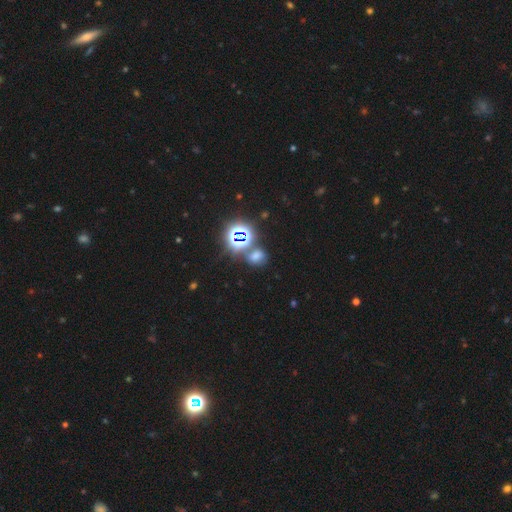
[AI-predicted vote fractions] Smooth or featured? smooth (47%)
Merging? none (63%)